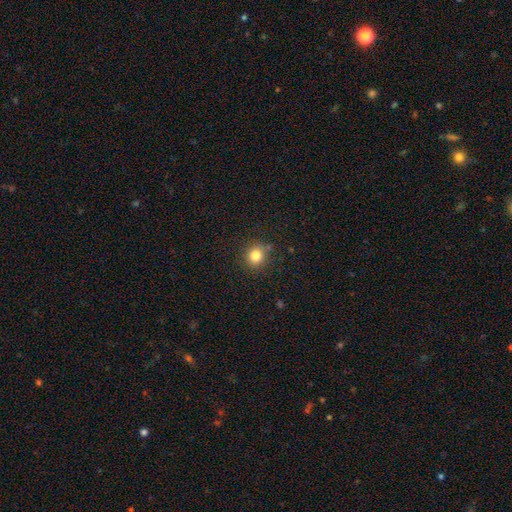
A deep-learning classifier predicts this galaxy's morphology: The model was most divided on "smooth or featured": smooth: 82%, star or artifact: 12%, featured or disk: 6%. More confident: how rounded — round (89%); merging — none (84%).